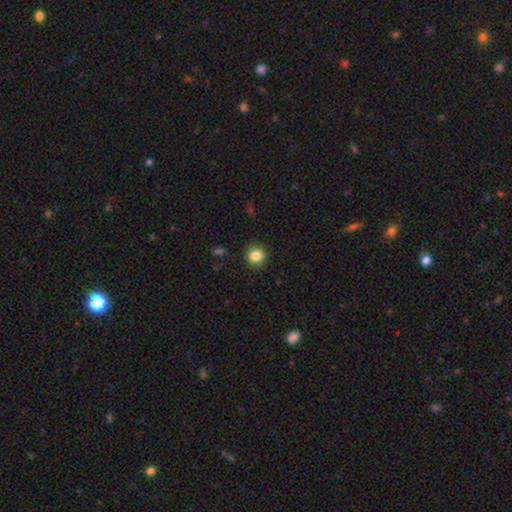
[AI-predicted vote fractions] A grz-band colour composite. It shows a smooth galaxy with no disk features (85%) that is round (91%). Merging: none (91%).